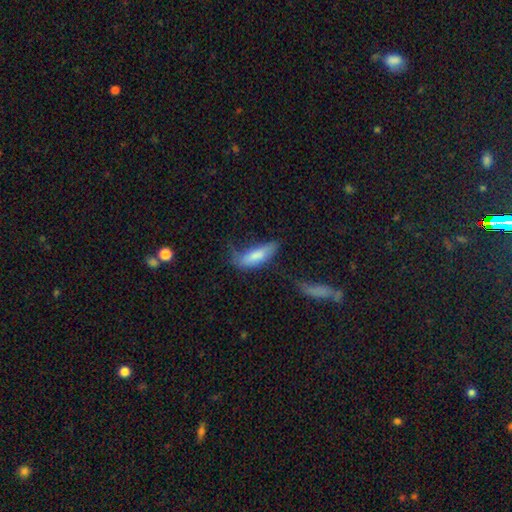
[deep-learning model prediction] Q: Smooth or featured?
A: smooth (76%); runner-up: featured or disk (17%)
Q: How rounded?
A: in between (61%); runner-up: cigar-shaped (37%)
Q: Merging?
A: none (37%); runner-up: minor disturbance (34%)